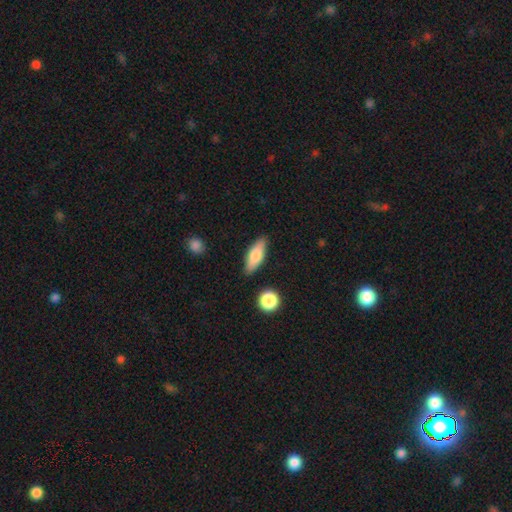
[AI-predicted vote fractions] Morphology: type=smooth (73%); roundness=in between (64%); merging=none (86%).